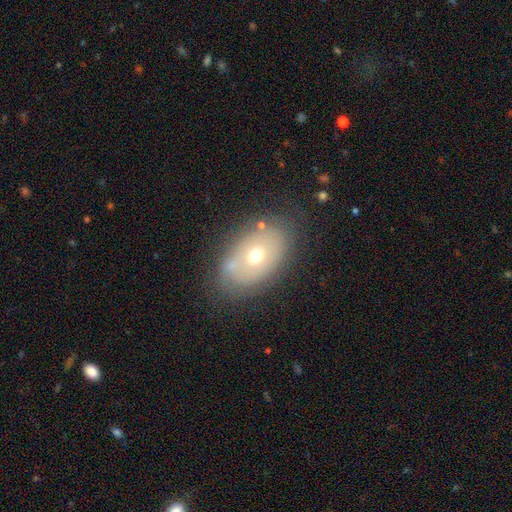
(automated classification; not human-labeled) Smooth or featured? smooth (49%)
Merging? none (70%)